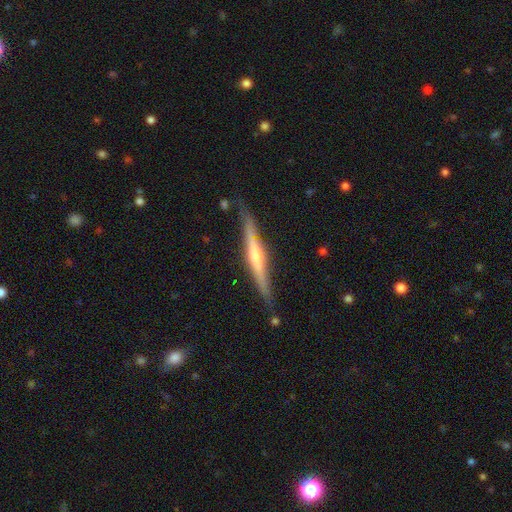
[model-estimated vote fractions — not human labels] Smooth or featured: featured or disk — 79% (smooth — 16%)
Edge-on disk: yes — 98% (no — 2%)
Edge-on bulge: rounded — 73% (none — 13%)
Merging: none — 87% (minor disturbance — 10%)